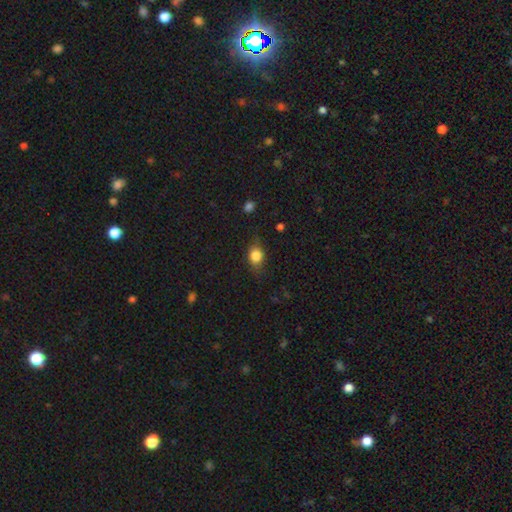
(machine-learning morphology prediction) A smooth galaxy with no disk features (79%) that is round (49%).

Vote fractions:
- Smooth or featured? smooth: 79% / featured or disk: 11% / star or artifact: 10%
- How rounded? round: 49% / in between: 48% / cigar-shaped: 3%
- Merging? none: 70% / minor disturbance: 22% / major disturbance: 6% / merger: 1%